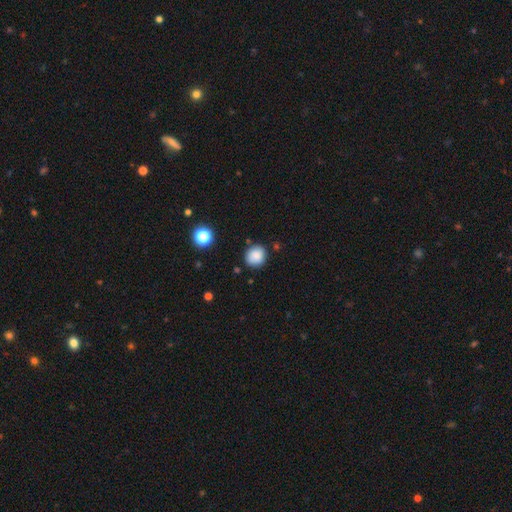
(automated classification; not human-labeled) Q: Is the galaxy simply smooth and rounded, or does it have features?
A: smooth — 85%.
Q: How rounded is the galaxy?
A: round — 83%.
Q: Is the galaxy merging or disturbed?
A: none — 82%.